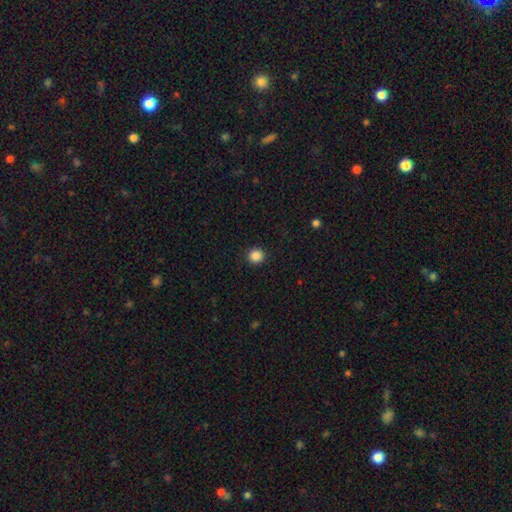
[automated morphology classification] smooth 87%, star or artifact 10%, featured or disk 3%. Down the decision tree: how rounded — round (92%); merging — none (92%).